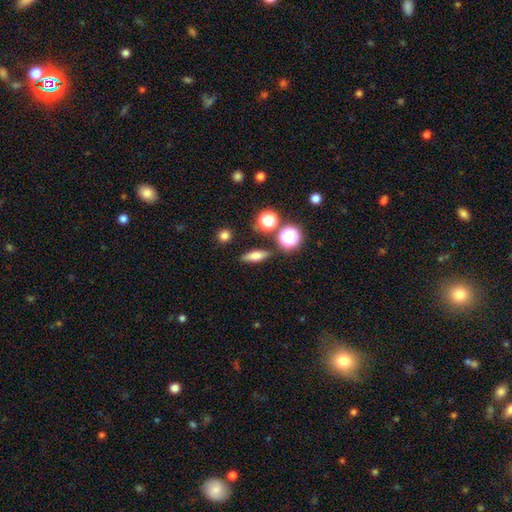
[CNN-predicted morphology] This appears to be a smooth galaxy with no disk features (68%) that is in between round and cigar-shaped (45%). Merging: none (84%).